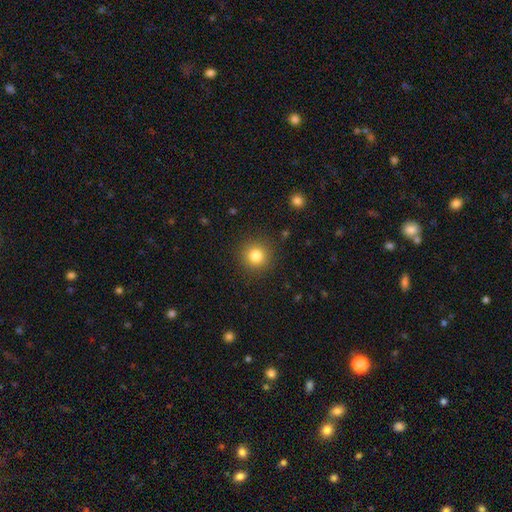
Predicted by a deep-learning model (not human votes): A smooth galaxy with no disk features (81%) that is round (94%).

Vote fractions:
- Smooth or featured? smooth: 81% / star or artifact: 13% / featured or disk: 6%
- How rounded? round: 94% / in between: 5% / cigar-shaped: 1%
- Merging? none: 90% / minor disturbance: 6% / major disturbance: 3% / merger: 1%